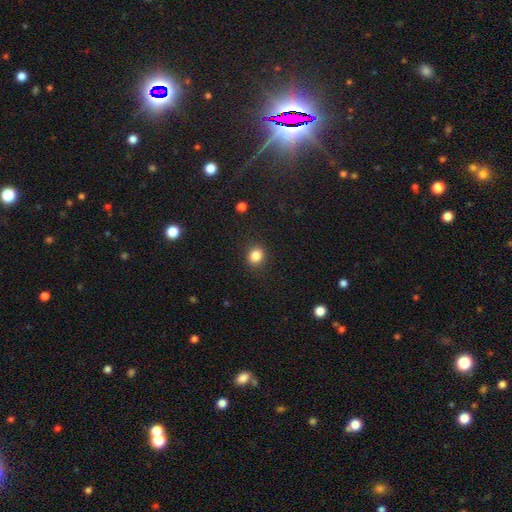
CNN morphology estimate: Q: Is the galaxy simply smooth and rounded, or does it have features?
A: smooth — 84%.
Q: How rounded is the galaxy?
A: round — 73%.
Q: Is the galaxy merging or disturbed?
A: none — 89%.